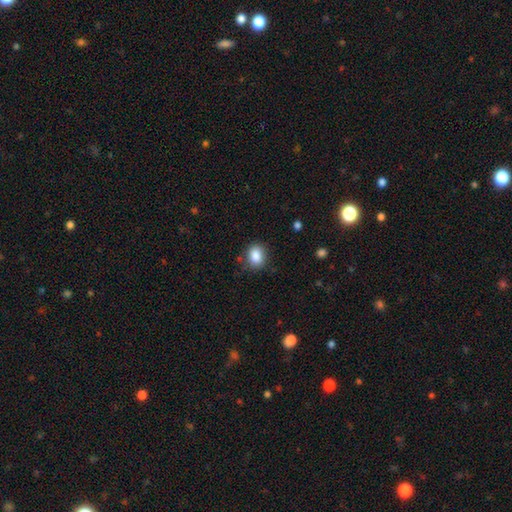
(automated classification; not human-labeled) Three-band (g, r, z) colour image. It shows a smooth galaxy with no disk features (87%) that is in between round and cigar-shaped (53%). Merging: none (84%).